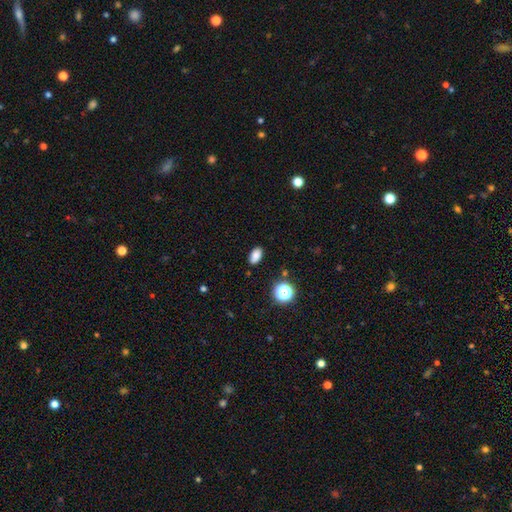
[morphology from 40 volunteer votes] Smooth or featured? 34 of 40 (85%) said smooth. How rounded? 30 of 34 (88%) said in between. Merging? 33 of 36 (92%) said none.